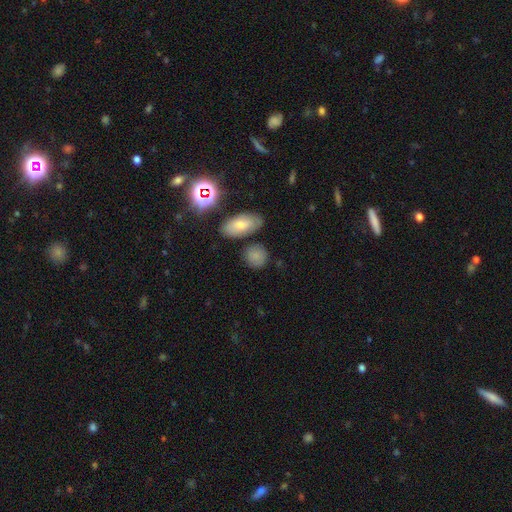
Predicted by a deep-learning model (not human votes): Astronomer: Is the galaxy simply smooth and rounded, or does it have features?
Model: smooth — 81%.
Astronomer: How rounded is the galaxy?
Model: round — 71%.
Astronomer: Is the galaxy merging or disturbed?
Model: none — 75%.